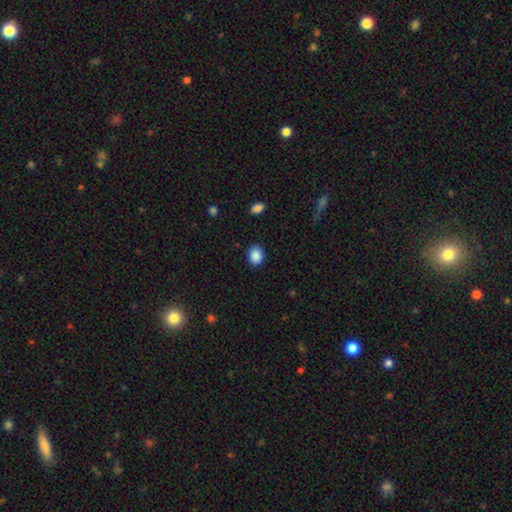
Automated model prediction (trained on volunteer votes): This appears to be a smooth galaxy with no disk features (89%) that is in between round and cigar-shaped (50%). Merging: none (88%).